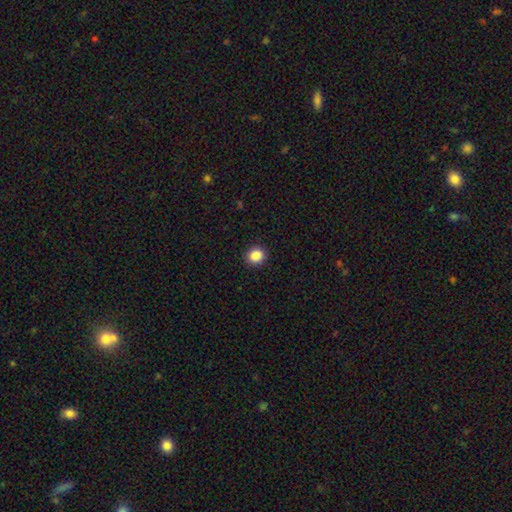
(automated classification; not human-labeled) This appears to be a smooth galaxy with no disk features (87%) that is round (75%). Merging: none (90%).